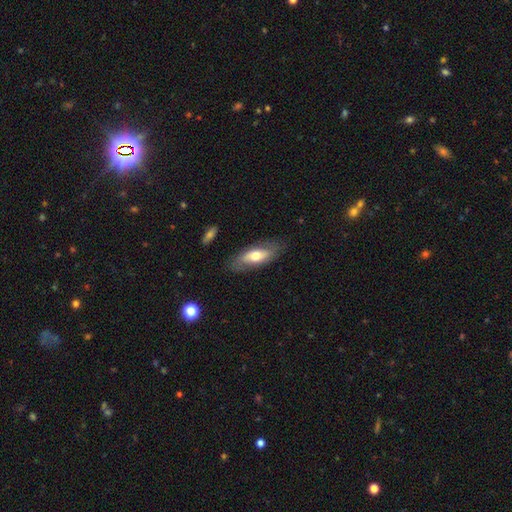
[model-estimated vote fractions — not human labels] smooth-or-featured: smooth: 55% | featured or disk: 39% | star or artifact: 6%
  how-rounded: in between: 76% | cigar-shaped: 21% | round: 3%
  merging: none: 77% | minor disturbance: 16% | major disturbance: 5% | merger: 2%